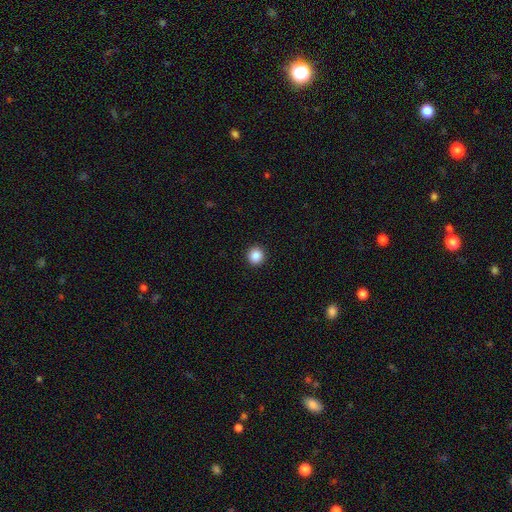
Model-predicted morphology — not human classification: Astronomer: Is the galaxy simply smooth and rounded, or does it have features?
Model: smooth — 87%.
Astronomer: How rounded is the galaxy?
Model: round — 94%.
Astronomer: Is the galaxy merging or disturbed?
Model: none — 93%.